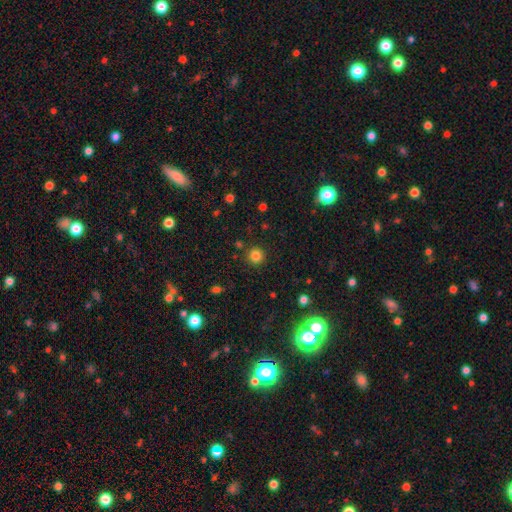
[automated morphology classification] This appears to be a smooth galaxy with no disk features (82%) that is round (94%). Merging: none (89%).